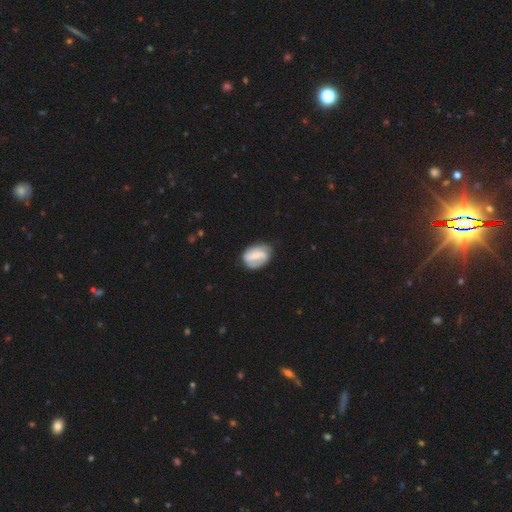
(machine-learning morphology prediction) type=featured or disk (59%); edge-on=no (97%); bar=weak (44%); spiral arms=yes (82%); bulge=small (46%); merging=none (64%).